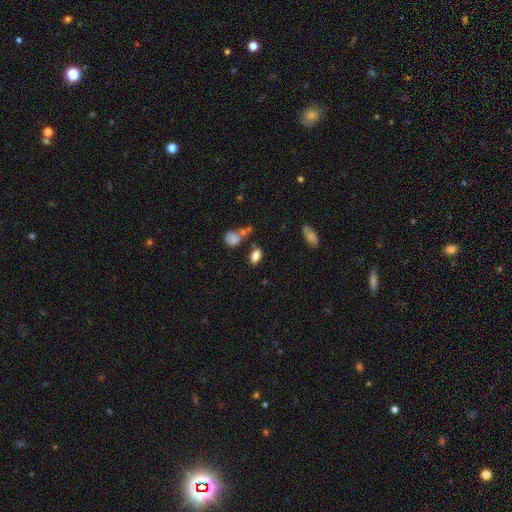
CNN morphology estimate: Smooth or featured?
  - smooth: 82% *
  - star or artifact: 10%
  - featured or disk: 7%
How rounded?
  - in between: 88% *
  - round: 9%
  - cigar-shaped: 3%
Merging?
  - none: 72% *
  - minor disturbance: 13%
  - merger: 10%
  - major disturbance: 5%